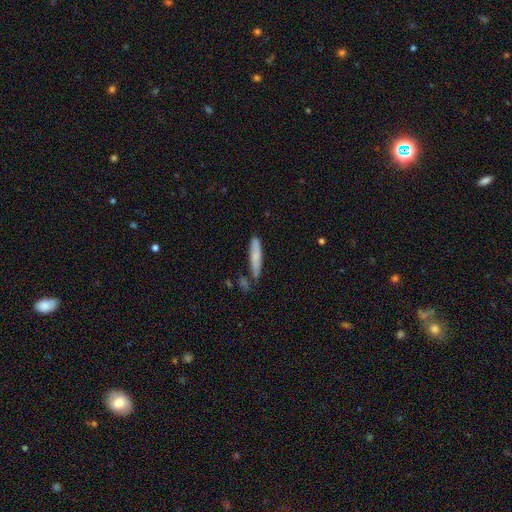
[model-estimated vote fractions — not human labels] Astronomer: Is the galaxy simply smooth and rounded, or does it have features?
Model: smooth — 73%.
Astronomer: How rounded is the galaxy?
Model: cigar-shaped — 88%.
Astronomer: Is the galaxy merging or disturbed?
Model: none — 74%.